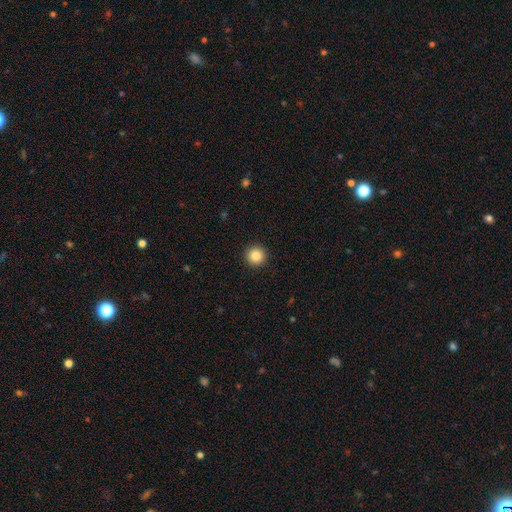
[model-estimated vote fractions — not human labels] This appears to be a smooth galaxy with no disk features (85%) that is round (96%). Merging: none (94%).